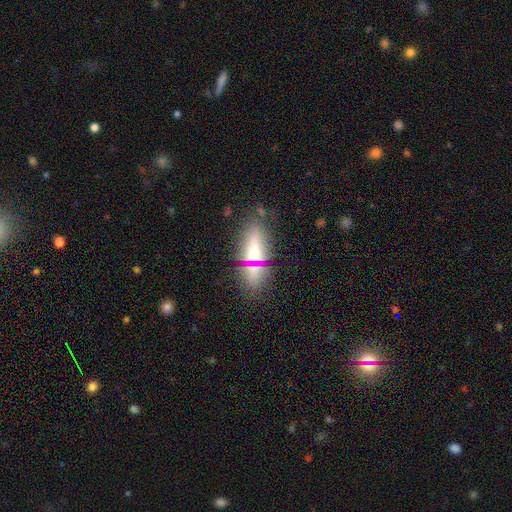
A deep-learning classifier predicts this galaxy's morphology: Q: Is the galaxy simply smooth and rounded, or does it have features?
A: smooth — 60%.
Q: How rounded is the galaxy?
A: in between — 64%.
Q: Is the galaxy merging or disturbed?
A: none — 70%.